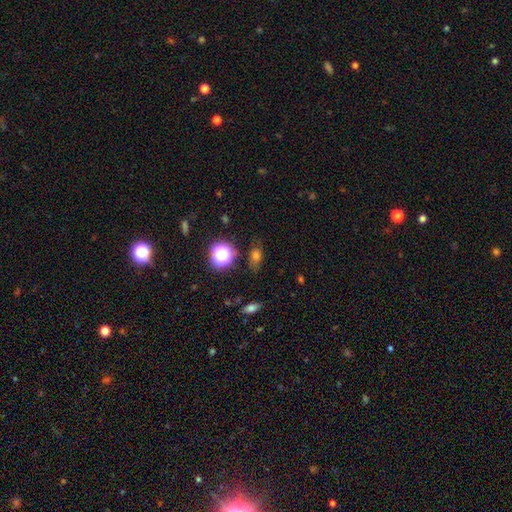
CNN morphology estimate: This is likely a smooth galaxy (65%). How rounded: likely in between (62%). Merging: likely none (74%).